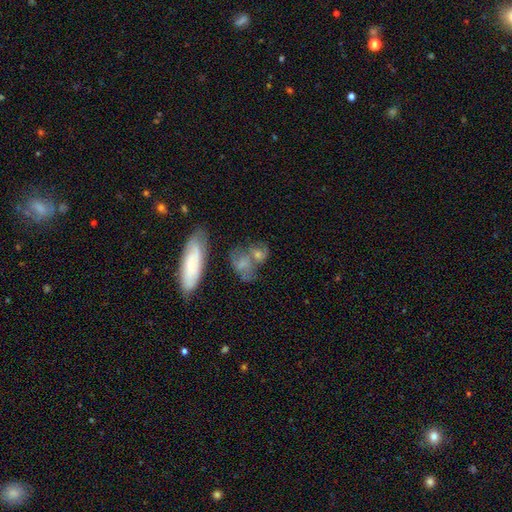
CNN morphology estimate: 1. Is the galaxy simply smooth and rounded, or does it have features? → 47% smooth, 40% featured or disk, 13% star or artifact.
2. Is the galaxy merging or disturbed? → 41% none, 31% merger, 17% minor disturbance, 11% major disturbance.